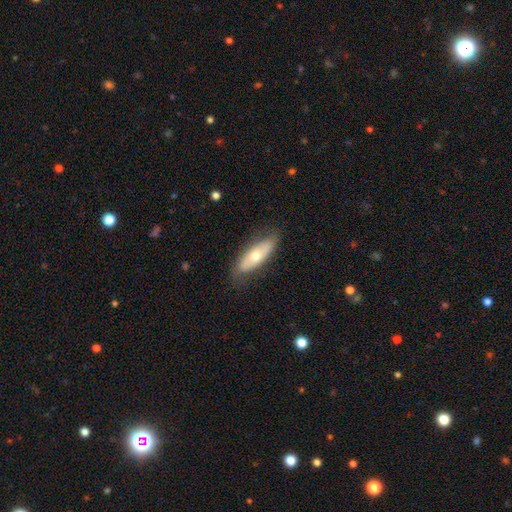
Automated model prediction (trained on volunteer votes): The model was most divided on "smooth or featured": smooth: 54%, featured or disk: 41%, star or artifact: 6%. More confident: merging — none (79%); how rounded — in between (62%).